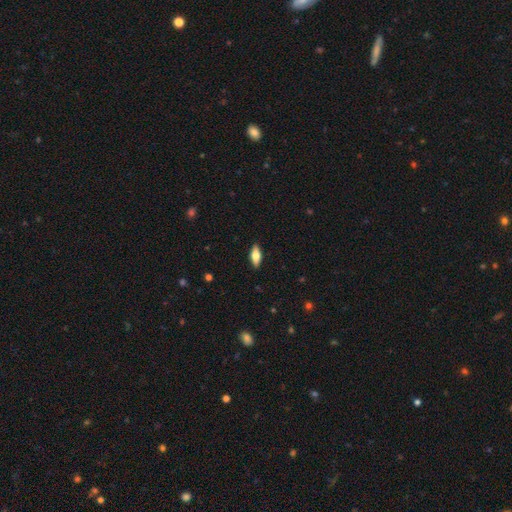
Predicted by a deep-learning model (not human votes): Smooth or featured?
  - smooth: 68% *
  - featured or disk: 25%
  - star or artifact: 6%
How rounded?
  - in between: 75% *
  - cigar-shaped: 23%
  - round: 3%
Merging?
  - none: 89% *
  - minor disturbance: 8%
  - major disturbance: 2%
  - merger: 1%